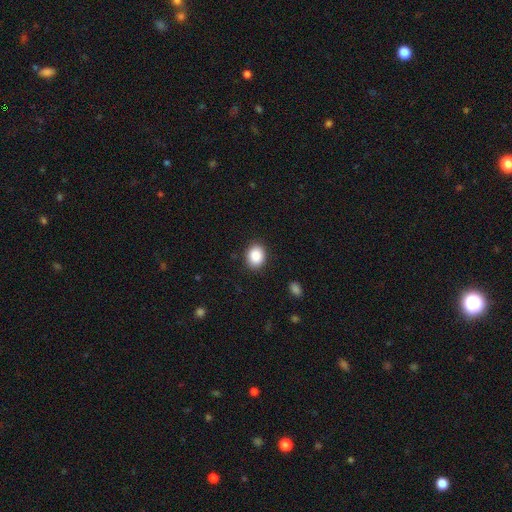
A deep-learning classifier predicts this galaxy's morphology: The model was most divided on "how rounded": in between: 52%, round: 47%, cigar-shaped: 1%. More confident: merging — none (88%); smooth or featured — smooth (88%).